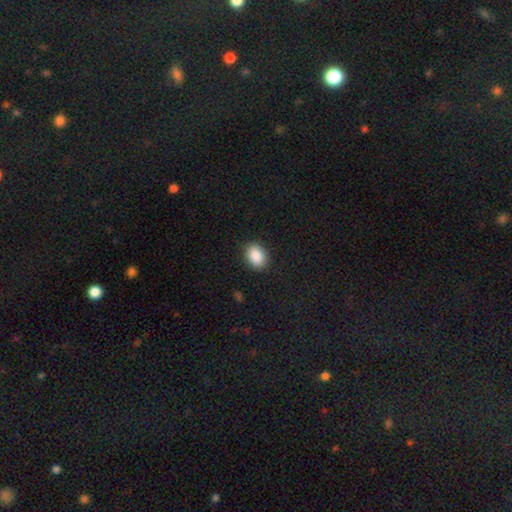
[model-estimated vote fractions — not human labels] Q: Smooth or featured?
A: smooth (89%); runner-up: star or artifact (7%)
Q: How rounded?
A: in between (78%); runner-up: round (21%)
Q: Merging?
A: none (88%); runner-up: minor disturbance (8%)